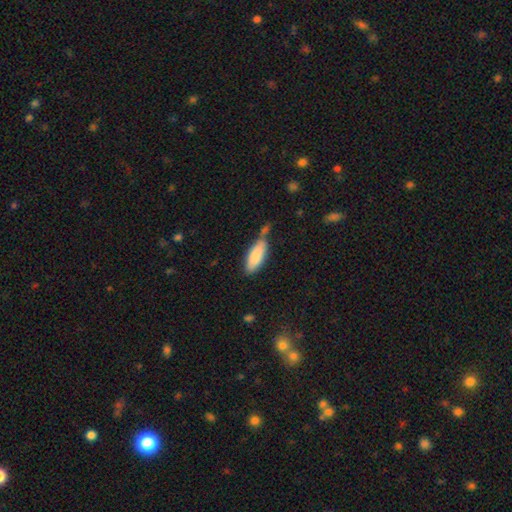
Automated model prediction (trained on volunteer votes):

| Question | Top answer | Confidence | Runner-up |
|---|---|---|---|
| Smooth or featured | smooth | 86% | featured or disk (9%) |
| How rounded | in between | 72% | cigar-shaped (26%) |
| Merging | none | 53% | minor disturbance (24%) |